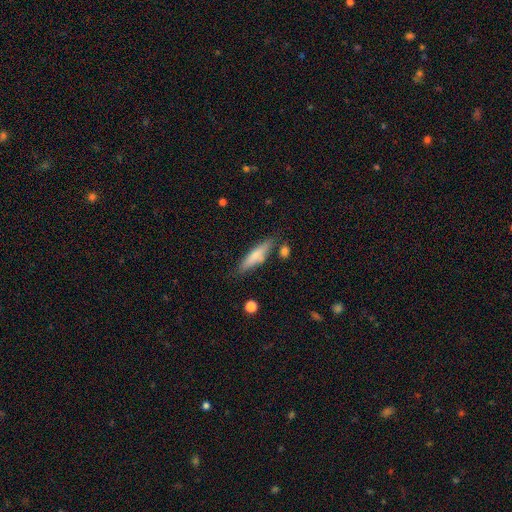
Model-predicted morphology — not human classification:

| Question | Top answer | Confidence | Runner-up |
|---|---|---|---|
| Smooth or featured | smooth | 70% | featured or disk (24%) |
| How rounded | cigar-shaped | 74% | in between (24%) |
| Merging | none | 73% | minor disturbance (16%) |